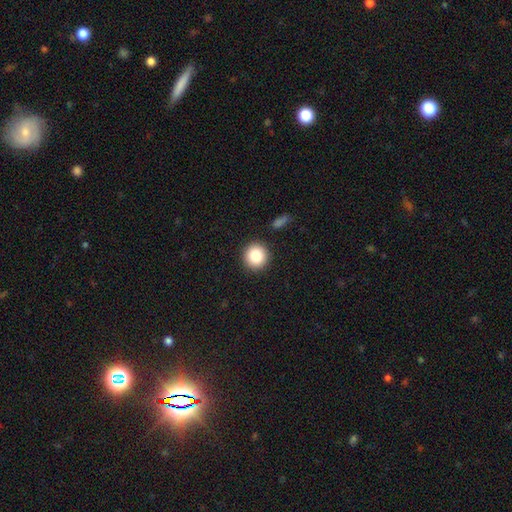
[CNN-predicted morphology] Smooth or featured? smooth (84%)
How rounded? round (94%)
Merging? none (91%)